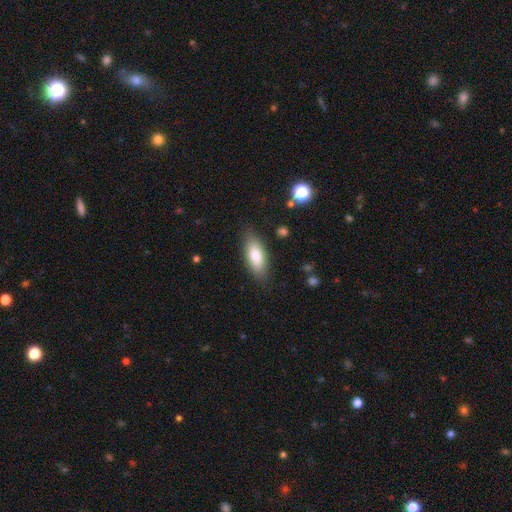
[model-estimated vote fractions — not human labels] Smooth or featured? smooth (80%)
How rounded? in between (79%)
Merging? none (83%)